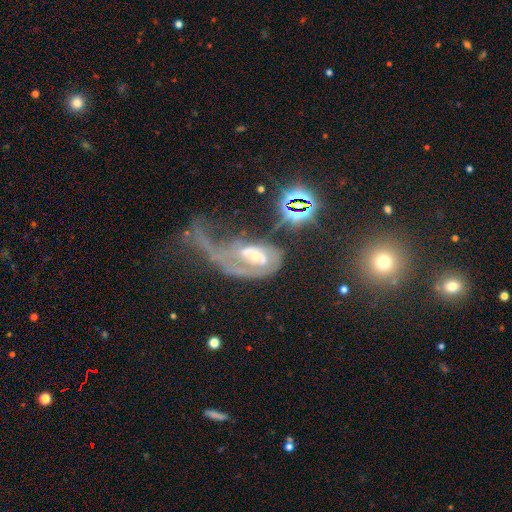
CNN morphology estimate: A featured or disk galaxy (69%) with no bar (67%), spiral arms (66%) and a moderate central bulge (47%). Merging: major disturbance (51%).